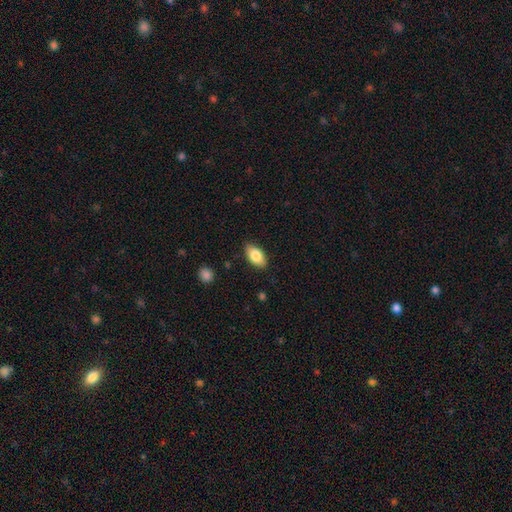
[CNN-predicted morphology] Smooth or featured: smooth — 82% (featured or disk — 11%)
How rounded: in between — 93% (round — 4%)
Merging: none — 86% (minor disturbance — 11%)